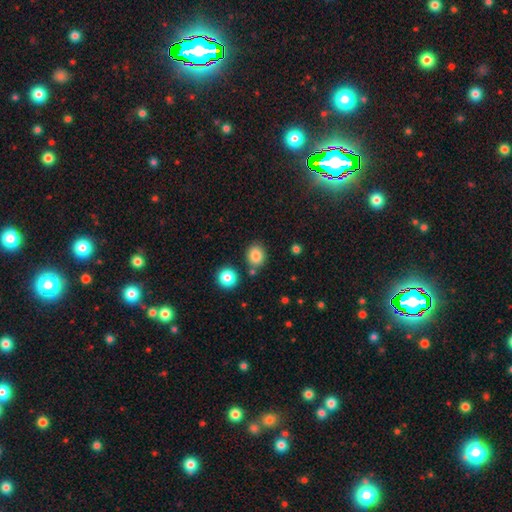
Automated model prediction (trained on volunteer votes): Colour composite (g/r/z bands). It shows a smooth galaxy with no disk features (84%) that is round (60%). Merging: none (79%).